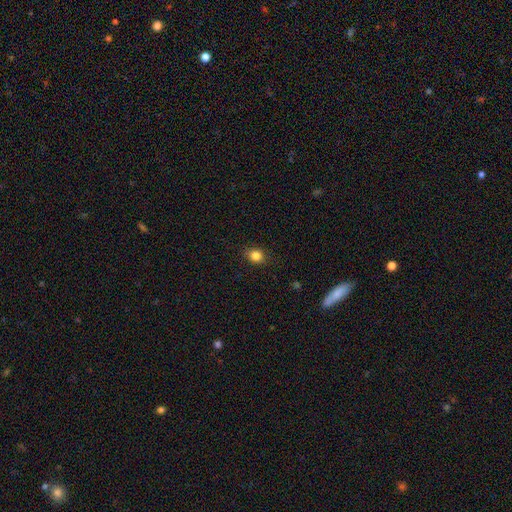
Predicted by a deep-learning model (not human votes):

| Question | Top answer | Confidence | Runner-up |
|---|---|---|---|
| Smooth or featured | smooth | 84% | star or artifact (11%) |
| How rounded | round | 63% | in between (36%) |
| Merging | none | 87% | minor disturbance (10%) |